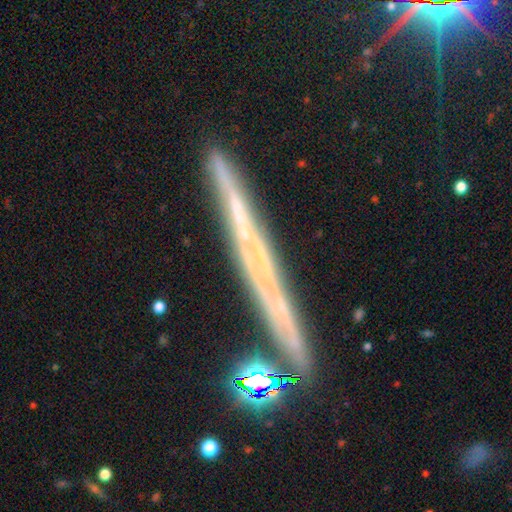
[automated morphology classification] Smooth or featured? Predicted: featured or disk (p=0.61). Edge-on disk? Predicted: yes (p=0.96). Edge-on bulge? Predicted: none (p=0.84). Merging? Predicted: none (p=0.85).